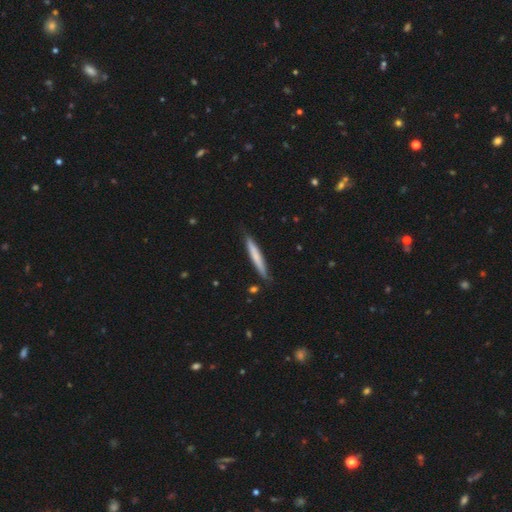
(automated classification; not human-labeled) Smooth or featured?
  - smooth: 65% *
  - featured or disk: 30%
  - star or artifact: 5%
How rounded?
  - cigar-shaped: 96% *
  - in between: 3%
  - round: 1%
Merging?
  - none: 86% *
  - minor disturbance: 10%
  - merger: 2%
  - major disturbance: 2%